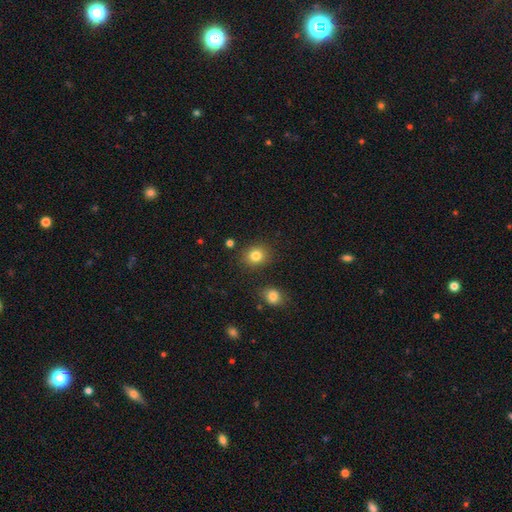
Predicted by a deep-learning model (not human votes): Smooth or featured: smooth — 83% (star or artifact — 11%)
How rounded: round — 71% (in between — 28%)
Merging: none — 85% (minor disturbance — 9%)